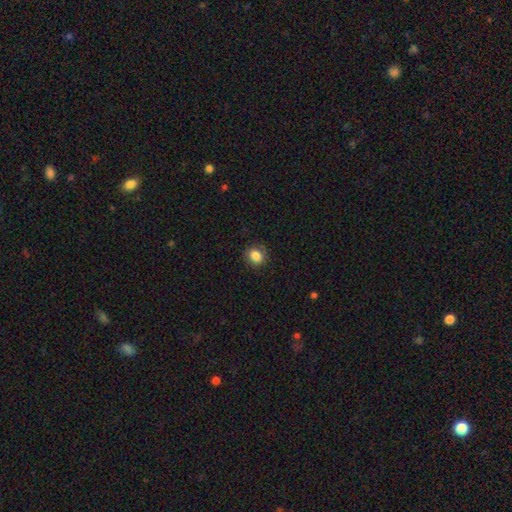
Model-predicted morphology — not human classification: A smooth galaxy with no disk features (84%) that is round (72%).

Vote fractions:
- Smooth or featured? smooth: 84% / star or artifact: 10% / featured or disk: 7%
- How rounded? round: 72% / in between: 27% / cigar-shaped: 1%
- Merging? none: 85% / minor disturbance: 11% / major disturbance: 3% / merger: 1%